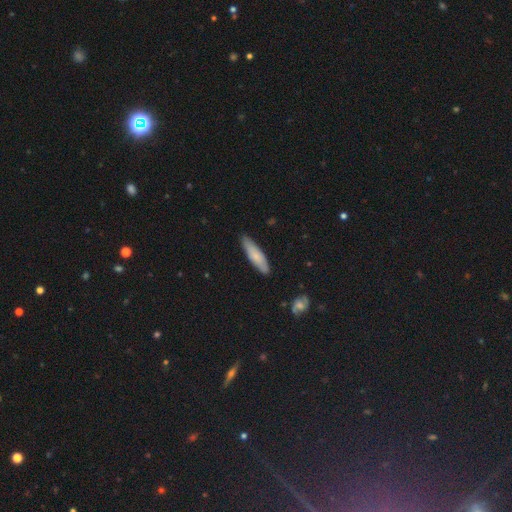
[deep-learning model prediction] This is likely a smooth galaxy (74%). How rounded: likely cigar-shaped (71%). Merging: clearly none (82%).